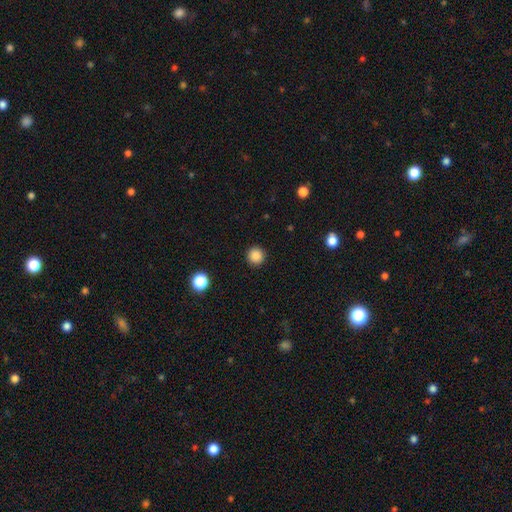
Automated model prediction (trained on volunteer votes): Smooth or featured: smooth — 87% (star or artifact — 11%)
How rounded: round — 95% (in between — 4%)
Merging: none — 92% (minor disturbance — 5%)